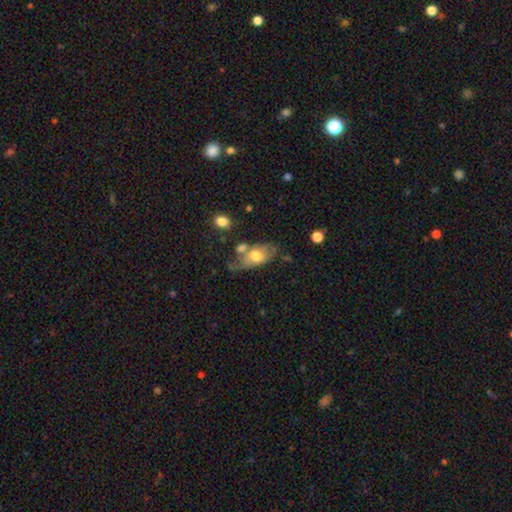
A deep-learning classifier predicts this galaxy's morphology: type=smooth (59%); roundness=in between (89%); merging=none (44%).